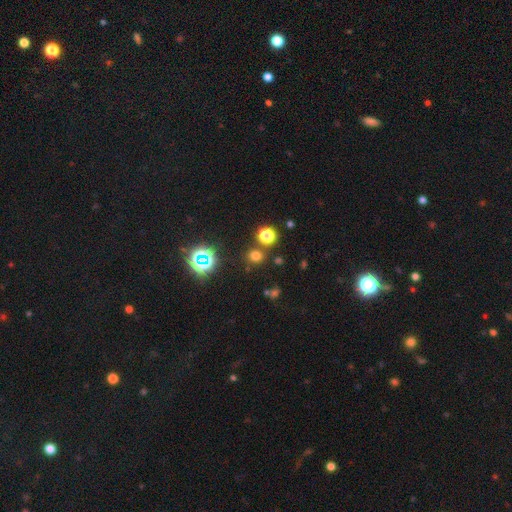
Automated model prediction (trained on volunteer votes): Smooth or featured: smooth — 66% (star or artifact — 28%)
How rounded: round — 88% (in between — 11%)
Merging: none — 82% (minor disturbance — 7%)